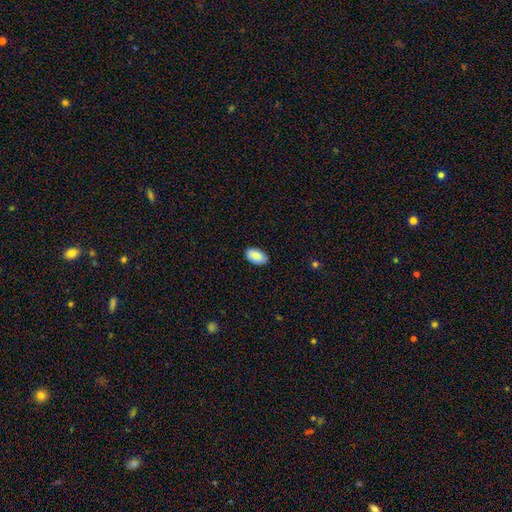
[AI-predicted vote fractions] Smooth or featured? Predicted: smooth (p=0.89). How rounded? Predicted: in between (p=0.95). Merging? Predicted: none (p=0.86).